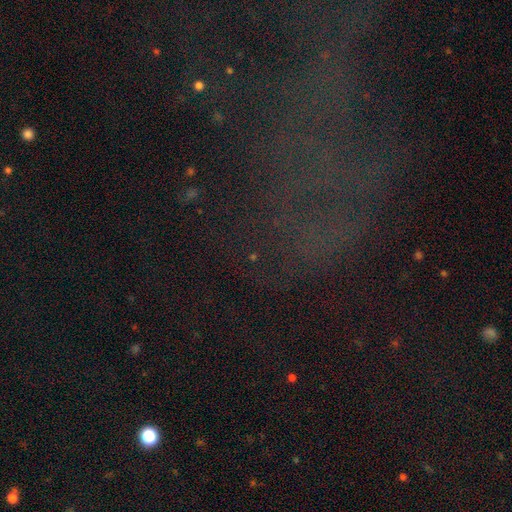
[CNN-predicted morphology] This is likely a star or artifact rather than a galaxy (62%).